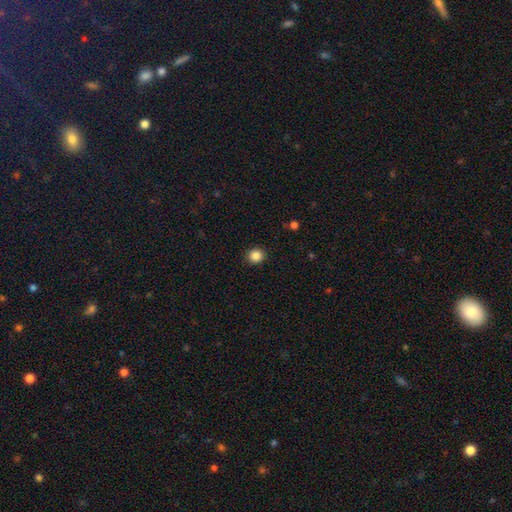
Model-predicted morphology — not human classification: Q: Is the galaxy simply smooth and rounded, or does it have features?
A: smooth — 86%.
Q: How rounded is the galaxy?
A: round — 89%.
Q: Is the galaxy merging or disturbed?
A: none — 91%.